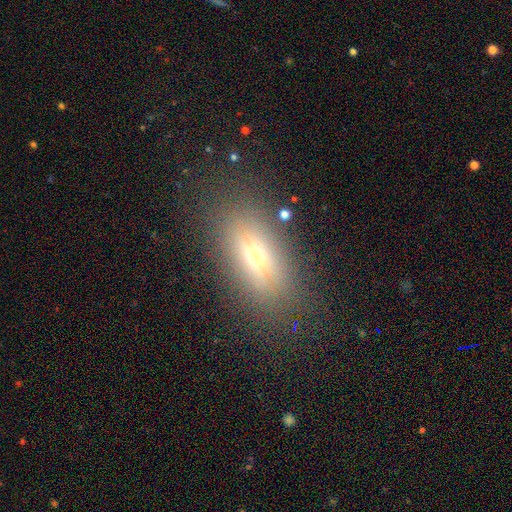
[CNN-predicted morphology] smooth 63%, featured or disk 23%, star or artifact 14%. Down the decision tree: how rounded — in between (78%); merging — none (81%).